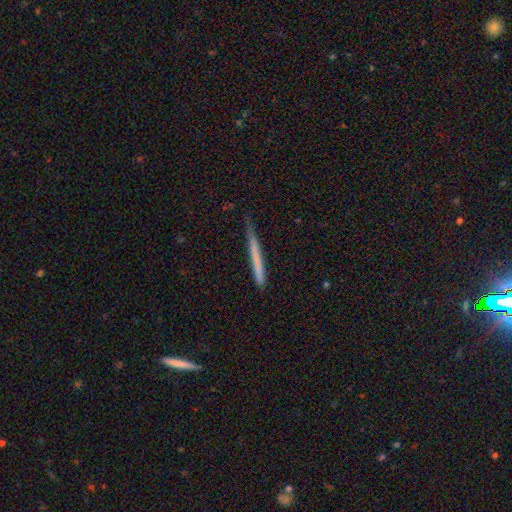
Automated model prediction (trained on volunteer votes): smooth 60%, featured or disk 33%, star or artifact 6%. Down the decision tree: how rounded — cigar-shaped (97%); merging — none (77%).